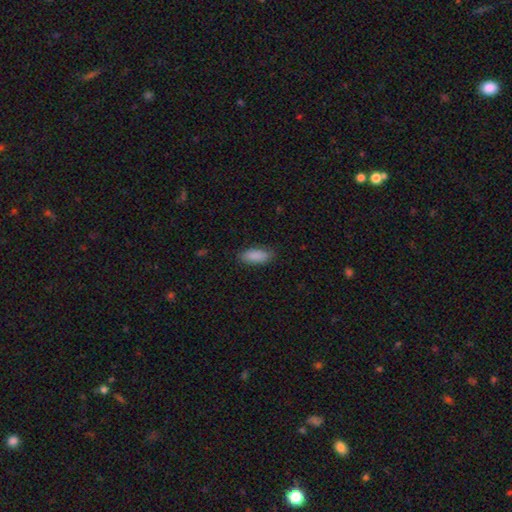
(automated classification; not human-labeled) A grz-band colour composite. It shows a smooth galaxy with no disk features (89%) that is in between round and cigar-shaped (83%). Merging: none (85%).